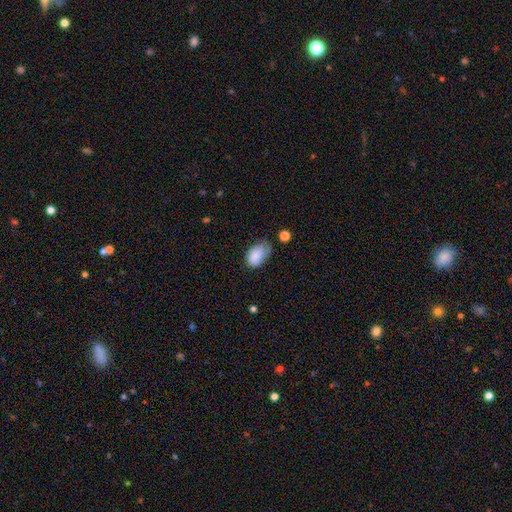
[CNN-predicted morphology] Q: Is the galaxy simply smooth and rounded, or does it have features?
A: smooth — 84%.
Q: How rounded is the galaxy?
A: in between — 91%.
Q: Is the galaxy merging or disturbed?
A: none — 50%.